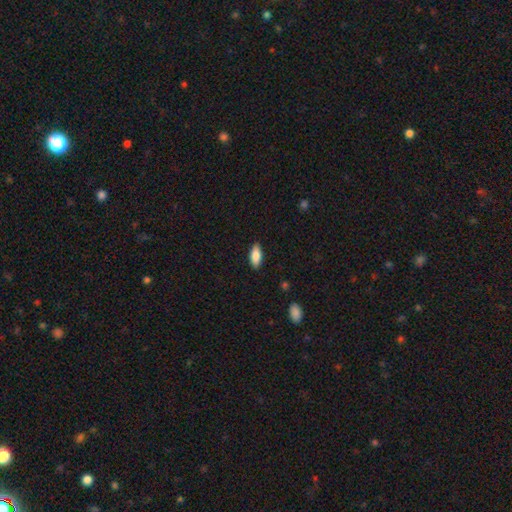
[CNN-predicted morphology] Smooth or featured? Predicted: smooth (p=0.84). How rounded? Predicted: in between (p=0.82). Merging? Predicted: none (p=0.88).